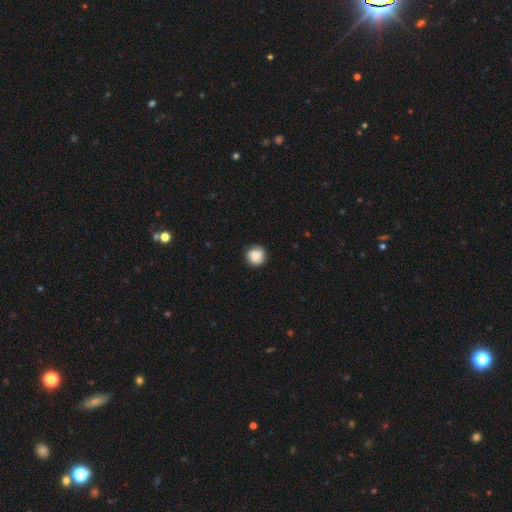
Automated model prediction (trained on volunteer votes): Morphology: type=smooth (80%); roundness=round (92%); merging=none (85%).